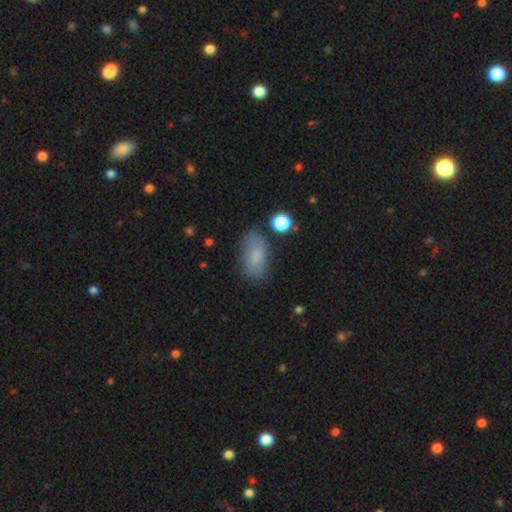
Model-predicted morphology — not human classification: Overall: smooth (78%). How rounded: in between (91%). Merging: none (69%).